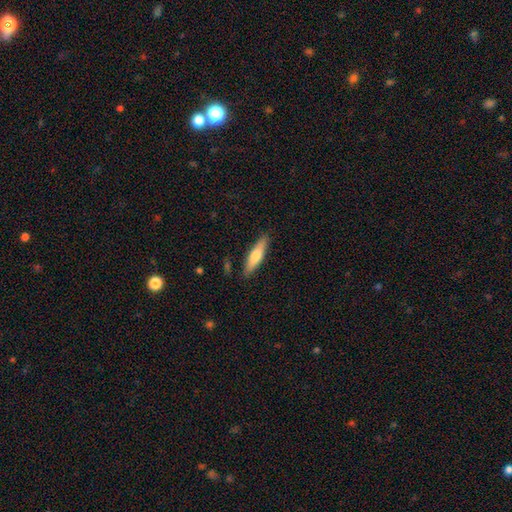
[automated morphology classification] Overall: smooth (61%; featured or disk 33%). How rounded: cigar-shaped (74%). Merging: none (87%).